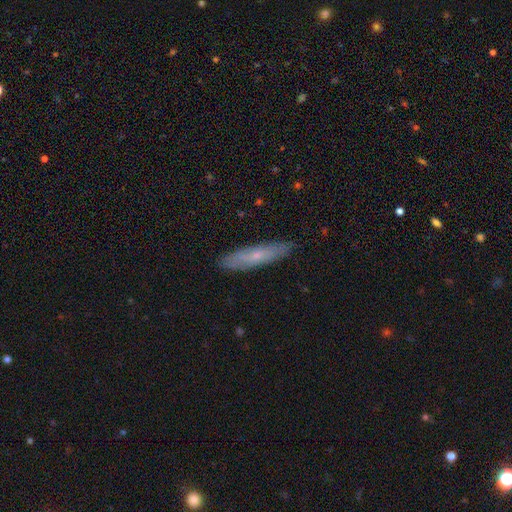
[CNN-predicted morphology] A smooth galaxy with no disk features (50%).

Vote fractions:
- Smooth or featured? smooth: 50% / featured or disk: 44% / star or artifact: 7%
- Merging? none: 87% / minor disturbance: 10% / major disturbance: 2% / merger: 1%